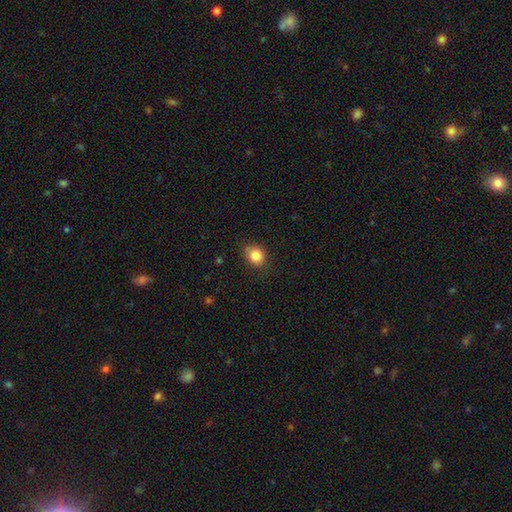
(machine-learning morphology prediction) smooth 85%, star or artifact 10%, featured or disk 5%. Down the decision tree: how rounded — round (57%); merging — none (77%).